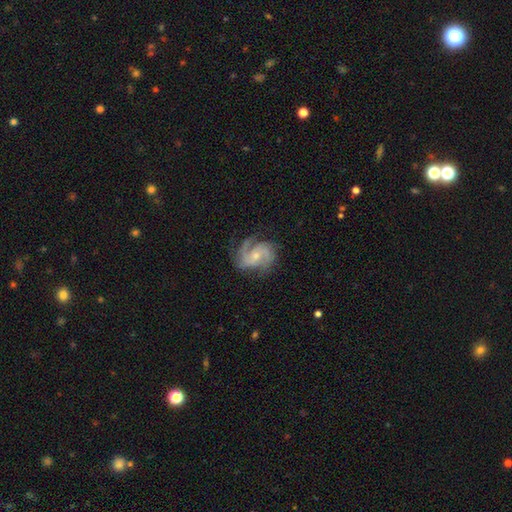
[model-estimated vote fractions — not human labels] Q: Smooth or featured?
A: featured or disk (87%); runner-up: smooth (8%)
Q: Edge-on disk?
A: no (98%); runner-up: yes (2%)
Q: Bar?
A: no (57%); runner-up: weak (35%)
Q: Spiral arms?
A: yes (97%); runner-up: no (3%)
Q: Spiral winding?
A: medium (50%); runner-up: tight (31%)
Q: Spiral arm count?
A: 2 (44%); runner-up: 3 (31%)
Q: Bulge size?
A: small (63%); runner-up: moderate (32%)
Q: Merging?
A: none (67%); runner-up: minor disturbance (20%)